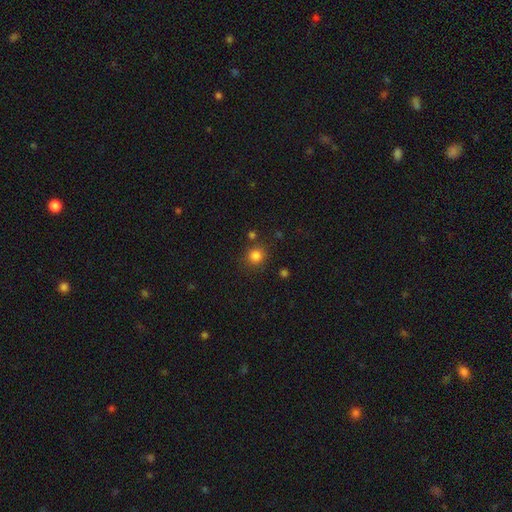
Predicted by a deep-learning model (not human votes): Smooth or featured?
  - smooth: 83% *
  - star or artifact: 13%
  - featured or disk: 5%
How rounded?
  - round: 90% *
  - in between: 9%
  - cigar-shaped: 1%
Merging?
  - none: 83% *
  - minor disturbance: 9%
  - merger: 5%
  - major disturbance: 3%